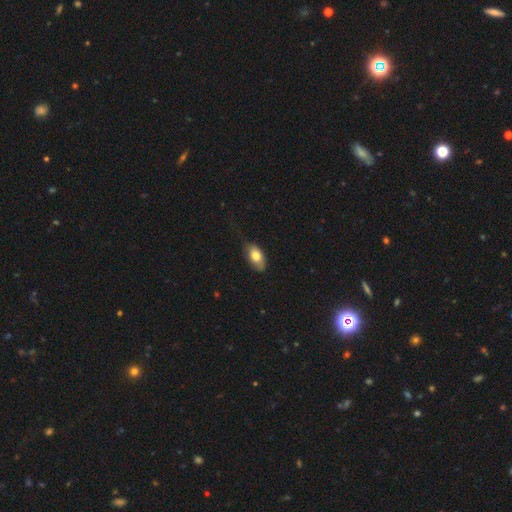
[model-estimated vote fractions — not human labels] smooth 76%, featured or disk 17%, star or artifact 7%. Down the decision tree: how rounded — in between (90%); merging — none (62%).